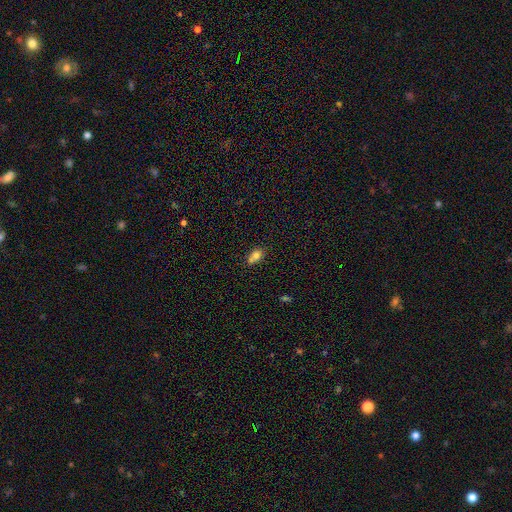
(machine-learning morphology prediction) type=smooth (75%); roundness=in between (61%); merging=none (43%).